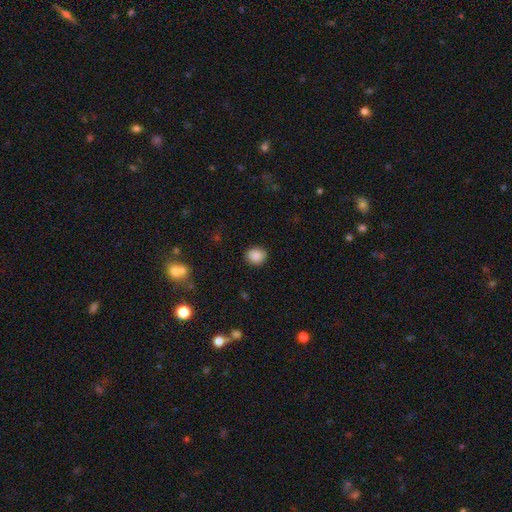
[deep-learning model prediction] Q: Smooth or featured?
A: smooth (88%); runner-up: star or artifact (9%)
Q: How rounded?
A: round (65%); runner-up: in between (34%)
Q: Merging?
A: none (88%); runner-up: minor disturbance (8%)